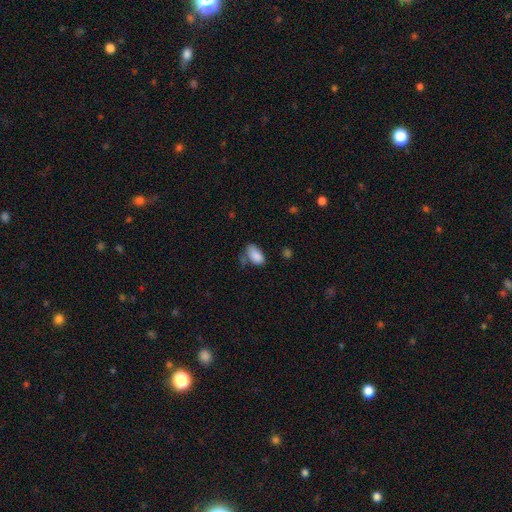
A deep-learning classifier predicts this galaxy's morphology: Overall: smooth (86%). How rounded: in between (93%). Merging: none (51%; minor disturbance 28%).